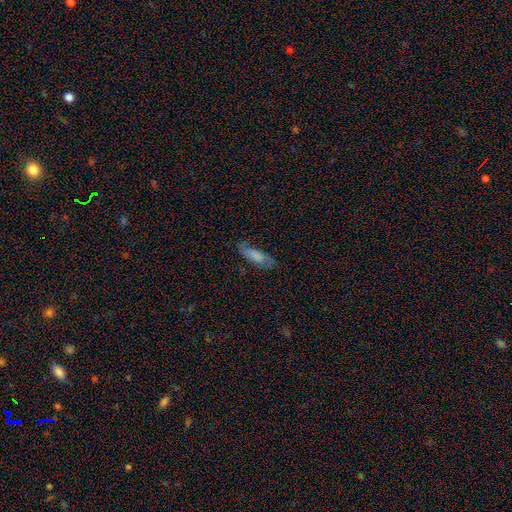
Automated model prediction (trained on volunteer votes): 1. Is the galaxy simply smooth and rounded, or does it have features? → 57% smooth, 35% featured or disk, 8% star or artifact.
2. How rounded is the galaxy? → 61% in between, 37% cigar-shaped, 2% round.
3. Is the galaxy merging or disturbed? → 68% none, 23% minor disturbance, 8% major disturbance, 2% merger.